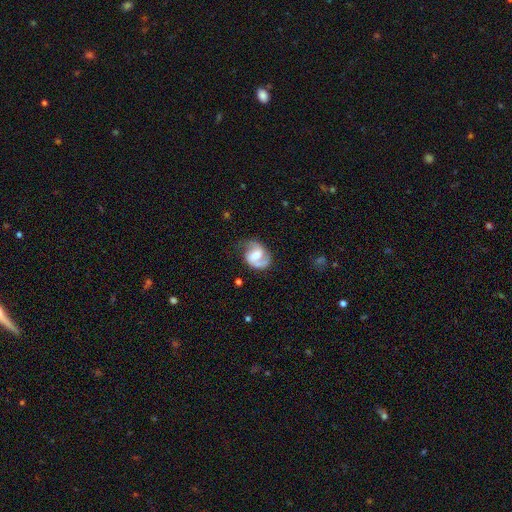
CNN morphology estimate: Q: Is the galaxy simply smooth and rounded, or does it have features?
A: featured or disk — 82%.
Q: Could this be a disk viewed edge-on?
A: no — 98%.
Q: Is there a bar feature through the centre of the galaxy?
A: weak — 49%.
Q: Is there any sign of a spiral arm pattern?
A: yes — 95%.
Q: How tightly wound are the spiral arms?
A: medium — 51%.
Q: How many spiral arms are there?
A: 2 — 81%.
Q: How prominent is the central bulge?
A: moderate — 64%.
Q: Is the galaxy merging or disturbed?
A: none — 67%.